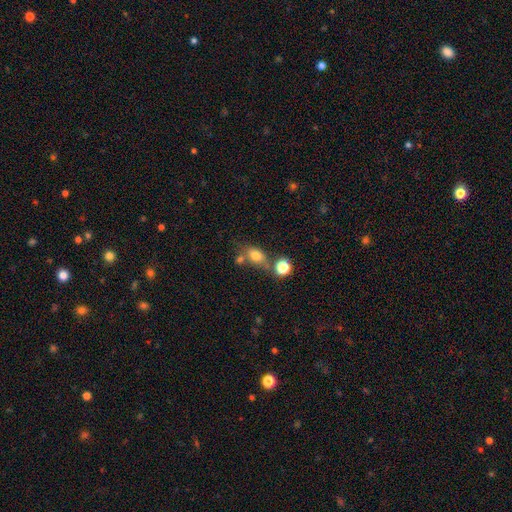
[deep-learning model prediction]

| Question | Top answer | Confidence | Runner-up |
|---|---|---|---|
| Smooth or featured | smooth | 76% | star or artifact (13%) |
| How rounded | in between | 69% | round (29%) |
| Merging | none | 54% | merger (23%) |